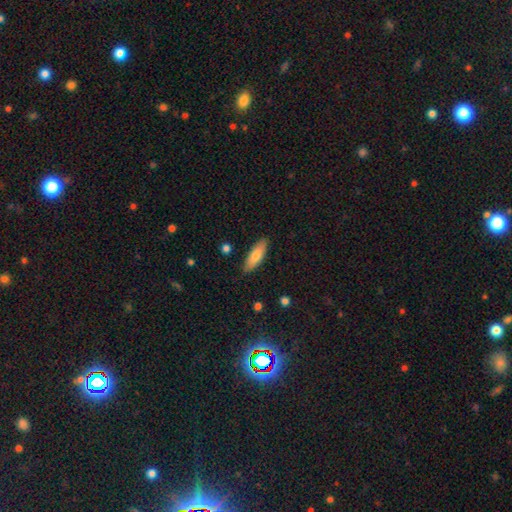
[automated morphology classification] Q: Smooth or featured?
A: smooth (76%); runner-up: featured or disk (17%)
Q: How rounded?
A: in between (60%); runner-up: cigar-shaped (38%)
Q: Merging?
A: none (87%); runner-up: minor disturbance (10%)